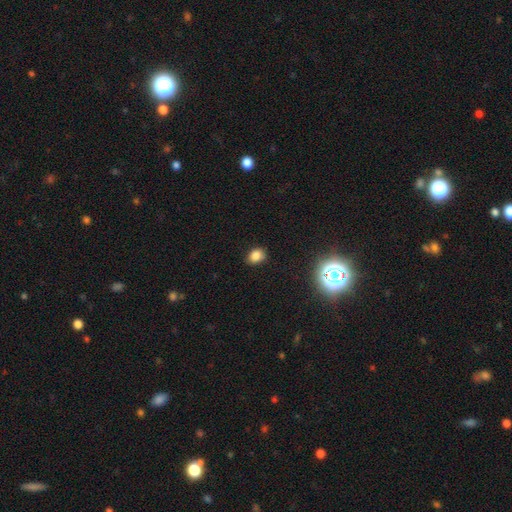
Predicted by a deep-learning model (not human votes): Smooth or featured?
  - smooth: 81% *
  - star or artifact: 14%
  - featured or disk: 5%
How rounded?
  - in between: 60% *
  - round: 39%
  - cigar-shaped: 1%
Merging?
  - none: 84% *
  - minor disturbance: 12%
  - major disturbance: 2%
  - merger: 1%